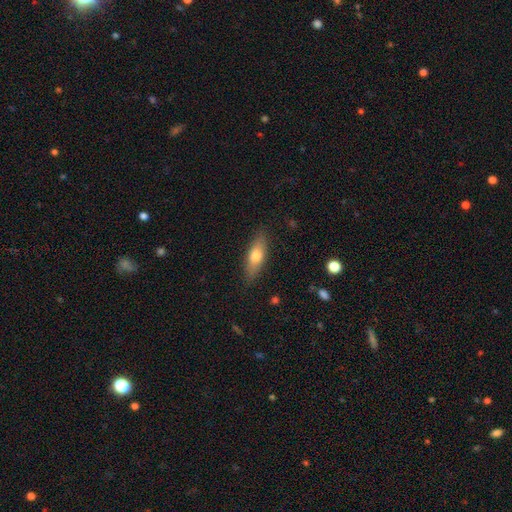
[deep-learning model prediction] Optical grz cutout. It shows a smooth galaxy with no disk features (67%) that is in between round and cigar-shaped (59%). Merging: none (86%).